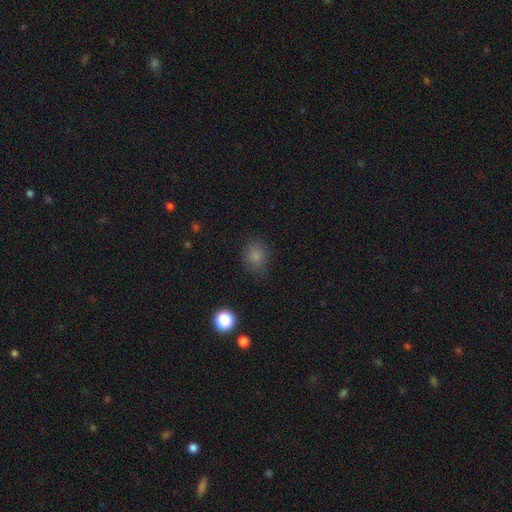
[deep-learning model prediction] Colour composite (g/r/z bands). It shows a smooth galaxy with no disk features (81%) that is round (57%). Merging: none (78%).